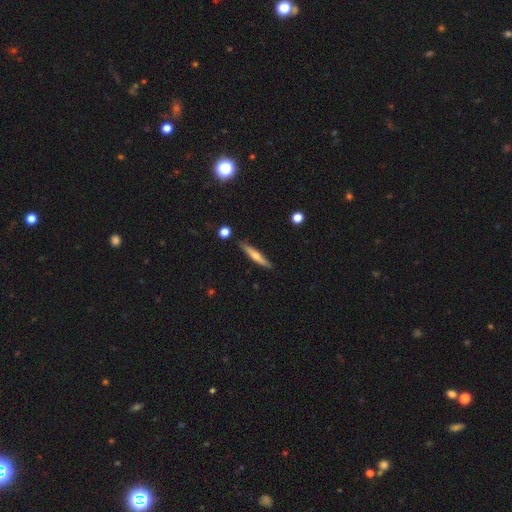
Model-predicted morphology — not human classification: A smooth galaxy with no disk features (50%). Merging: none (87%).